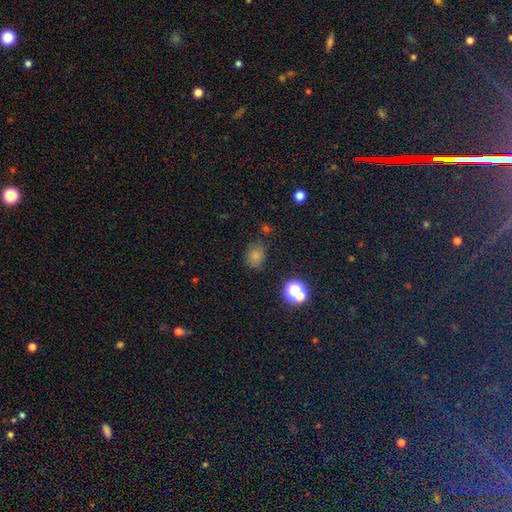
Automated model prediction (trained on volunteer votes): Smooth or featured: smooth — 73% (star or artifact — 19%)
How rounded: round — 54% (in between — 45%)
Merging: none — 72% (minor disturbance — 18%)